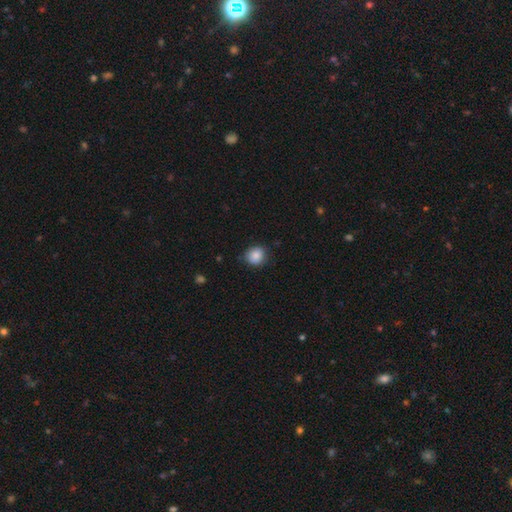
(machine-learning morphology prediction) A smooth galaxy with no disk features (86%) that is round (77%). Merging: none (80%).